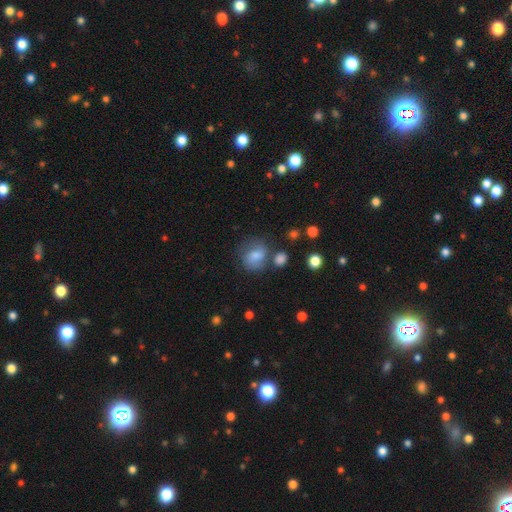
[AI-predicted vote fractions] Smooth or featured?
  - smooth: 66% *
  - featured or disk: 21%
  - star or artifact: 13%
How rounded?
  - round: 66% *
  - in between: 33%
  - cigar-shaped: 1%
Merging?
  - none: 64% *
  - minor disturbance: 19%
  - merger: 10%
  - major disturbance: 8%